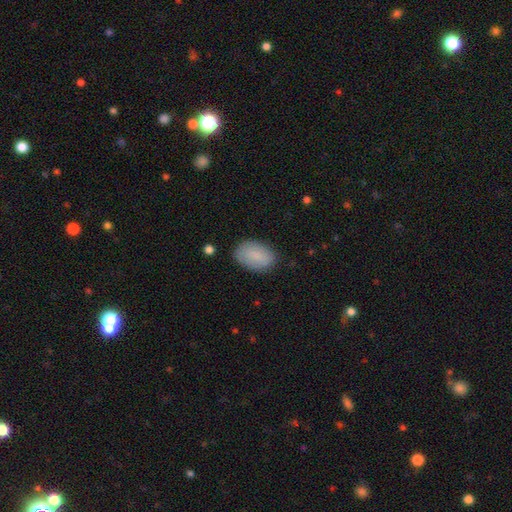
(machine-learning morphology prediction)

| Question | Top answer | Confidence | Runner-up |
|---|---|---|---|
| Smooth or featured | smooth | 83% | featured or disk (10%) |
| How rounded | in between | 91% | round (8%) |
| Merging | none | 82% | minor disturbance (14%) |